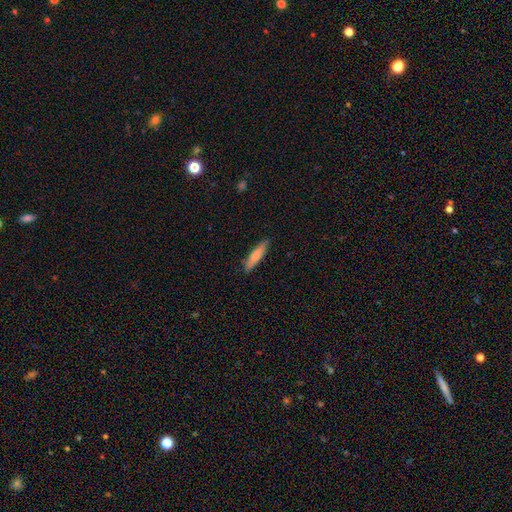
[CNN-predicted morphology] smooth-or-featured: smooth: 72% | featured or disk: 22% | star or artifact: 5%
  how-rounded: cigar-shaped: 80% | in between: 18% | round: 2%
  merging: none: 88% | minor disturbance: 9% | major disturbance: 2% | merger: 1%